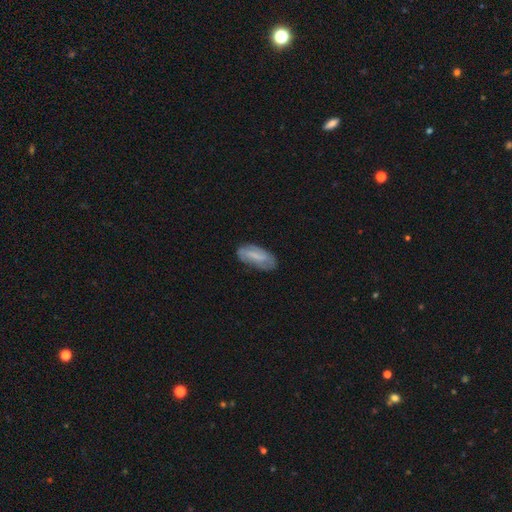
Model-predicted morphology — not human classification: The model was most divided on "smooth or featured": smooth: 55%, featured or disk: 38%, star or artifact: 7%. More confident: how rounded — in between (82%); merging — none (66%).